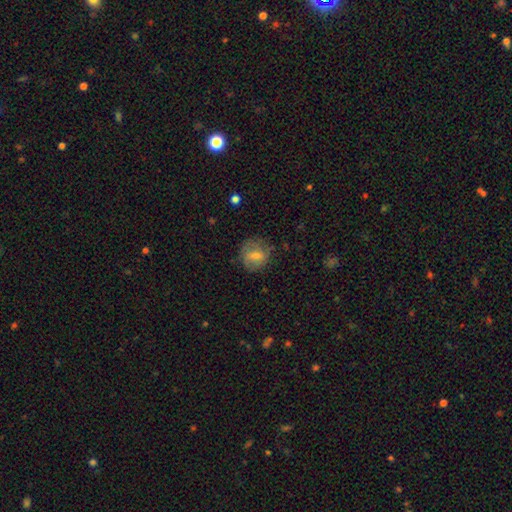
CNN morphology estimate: Q: Smooth or featured?
A: smooth (59%); runner-up: featured or disk (32%)
Q: How rounded?
A: round (72%); runner-up: in between (26%)
Q: Merging?
A: none (64%); runner-up: minor disturbance (23%)